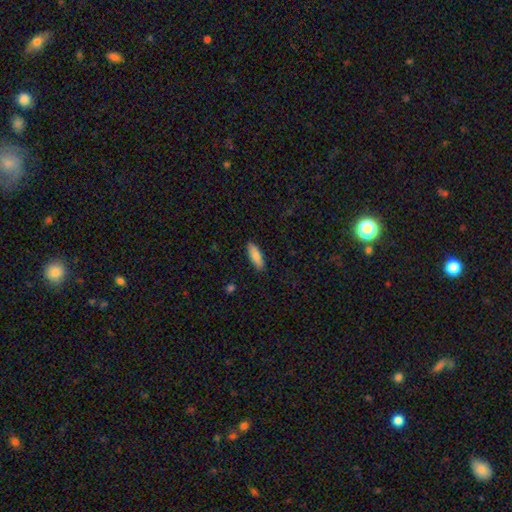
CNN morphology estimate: smooth_or_featured: smooth (p=0.85) [alt: featured or disk p=0.09]
how_rounded: in between (p=0.65) [alt: cigar-shaped p=0.33]
merging: none (p=0.88) [alt: minor disturbance p=0.09]